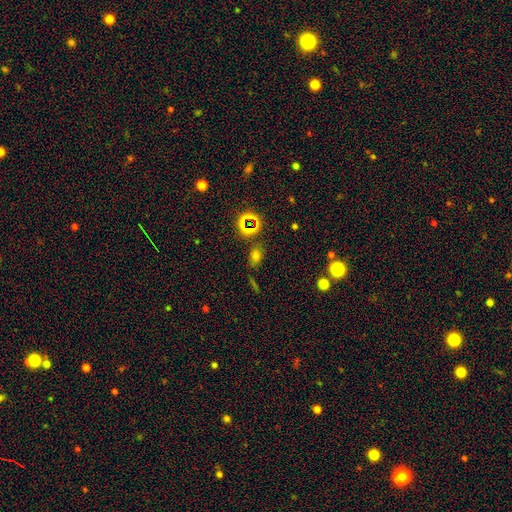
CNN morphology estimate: type=smooth (61%); roundness=in between (68%); merging=none (75%).